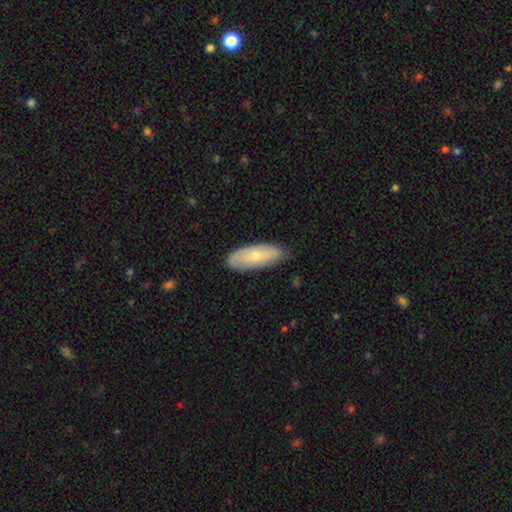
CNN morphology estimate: Q: Smooth or featured?
A: smooth (66%); runner-up: featured or disk (28%)
Q: How rounded?
A: in between (75%); runner-up: cigar-shaped (22%)
Q: Merging?
A: none (79%); runner-up: minor disturbance (17%)